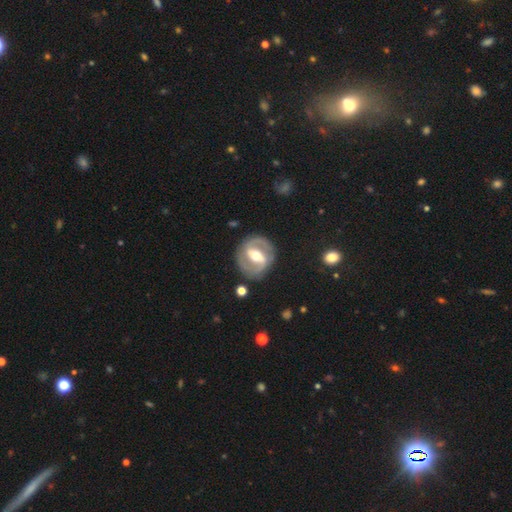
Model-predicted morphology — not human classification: Overall: featured or disk (83%). Edge-on disk: no (96%). Bar: strong (58%; weak 30%). Spiral arms: yes (85%). Spiral arm count: 2 (89%). Spiral winding: medium (46%; tight 41%). Bulge size: moderate (72%). Merging: none (84%).